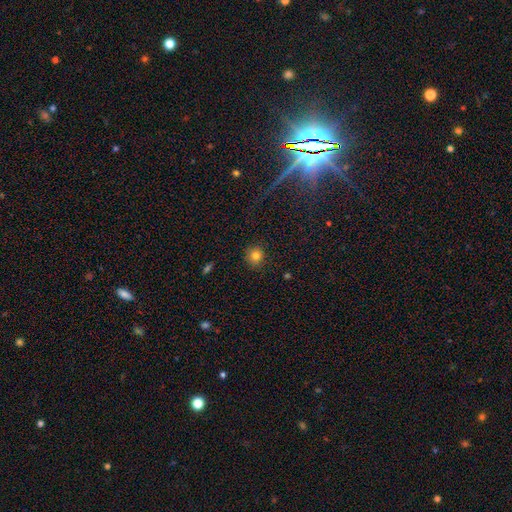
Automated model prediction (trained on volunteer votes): Morphology: type=smooth (80%); roundness=round (91%); merging=none (89%).